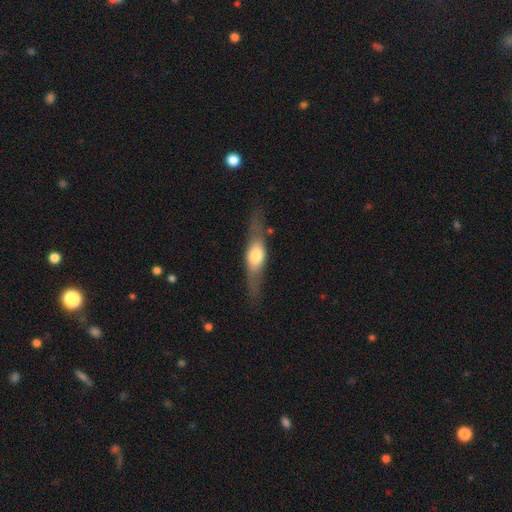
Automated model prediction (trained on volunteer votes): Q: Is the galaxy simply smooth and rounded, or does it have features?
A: featured or disk — 55%.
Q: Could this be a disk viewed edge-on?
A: yes — 84%.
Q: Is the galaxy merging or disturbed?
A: none — 77%.